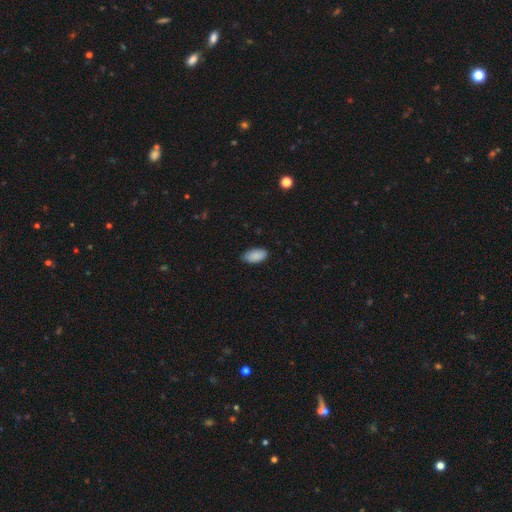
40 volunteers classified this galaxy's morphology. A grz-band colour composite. It shows a smooth galaxy with no disk features (80%) that is in between round and cigar-shaped (100%). Merging: none (89%).